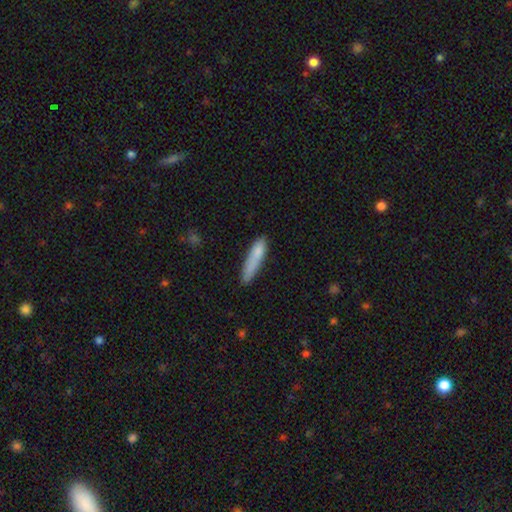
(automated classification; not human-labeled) Smooth or featured? Predicted: smooth (p=0.81). How rounded? Predicted: cigar-shaped (p=0.86). Merging? Predicted: none (p=0.68).